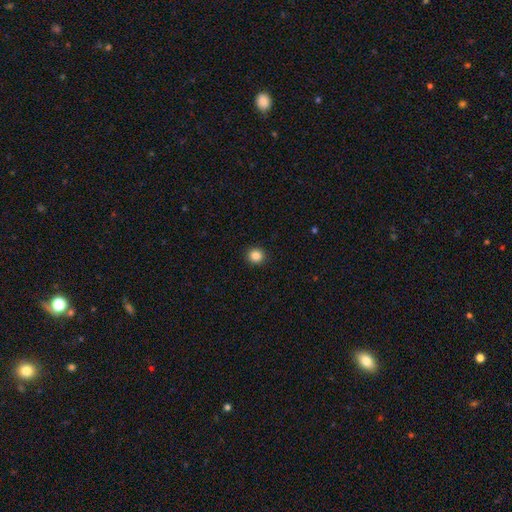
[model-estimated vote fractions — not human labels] This is clearly a smooth galaxy (86%). How rounded: clearly round (92%). Merging: clearly none (93%).